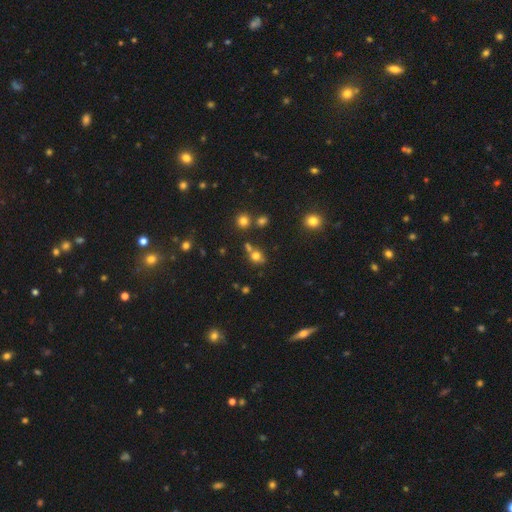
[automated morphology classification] This is likely a smooth galaxy (71%). How rounded: likely round (68%). Merging: possibly none (55%).